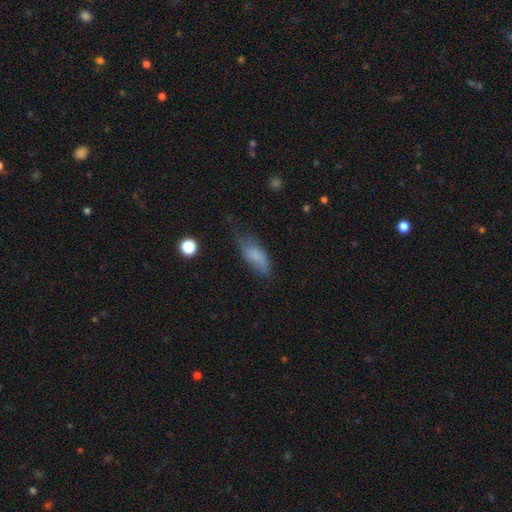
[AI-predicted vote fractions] Morphology: type=smooth (77%); roundness=in between (78%); merging=none (48%).